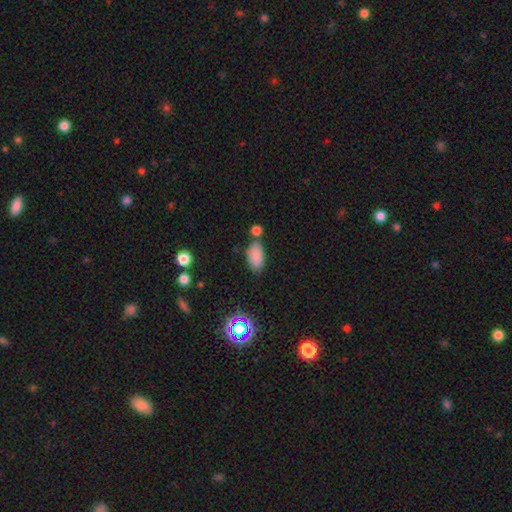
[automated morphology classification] smooth-or-featured: smooth: 84% | star or artifact: 10% | featured or disk: 6%
  how-rounded: in between: 92% | cigar-shaped: 4% | round: 4%
  merging: none: 67% | minor disturbance: 15% | merger: 14% | major disturbance: 4%